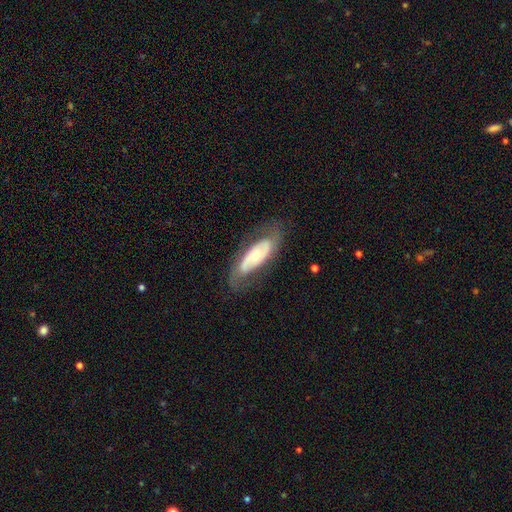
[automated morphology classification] smooth-or-featured: featured or disk: 67% | smooth: 28% | star or artifact: 6%
  disk-edge-on: no: 84% | yes: 16%
    bar: no: 70% | weak: 20% | strong: 10%
    has-spiral-arms: yes: 65% | no: 35%
    bulge-size: moderate: 59% | small: 33% | large: 6% | dominant: 1% | none: 1%
  merging: none: 71% | minor disturbance: 18% | major disturbance: 10% | merger: 1%